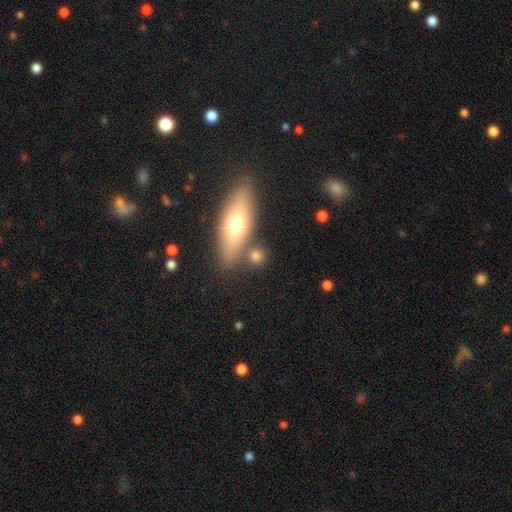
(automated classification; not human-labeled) A smooth galaxy with no disk features (73%) that is round (56%).

Vote fractions:
- Smooth or featured? smooth: 73% / featured or disk: 17% / star or artifact: 10%
- How rounded? round: 56% / in between: 30% / cigar-shaped: 14%
- Merging? none: 72% / merger: 14% / minor disturbance: 10% / major disturbance: 4%